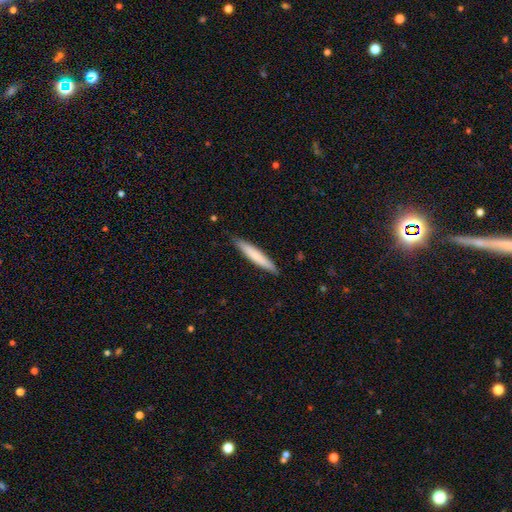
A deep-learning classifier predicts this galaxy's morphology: This appears to be a smooth galaxy with no disk features (75%) that is cigar-shaped (93%). Merging: none (89%).